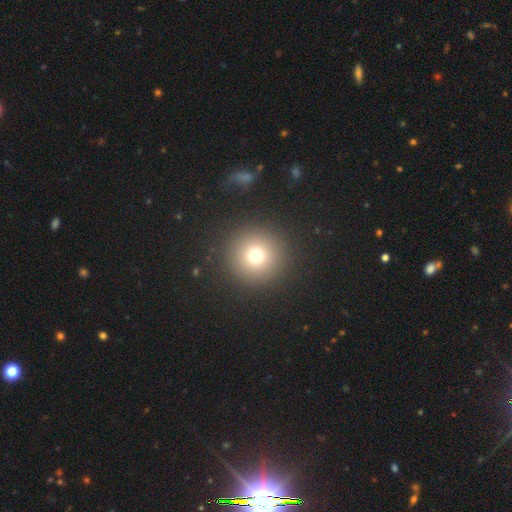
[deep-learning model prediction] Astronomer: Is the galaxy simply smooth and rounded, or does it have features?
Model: smooth — 73%.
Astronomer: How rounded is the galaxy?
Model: round — 96%.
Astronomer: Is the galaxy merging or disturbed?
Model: none — 91%.